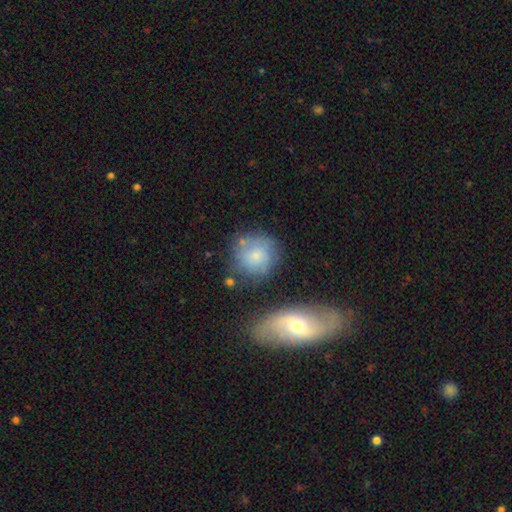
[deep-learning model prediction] A smooth galaxy with no disk features (69%) that is round (85%). Merging: none (59%).